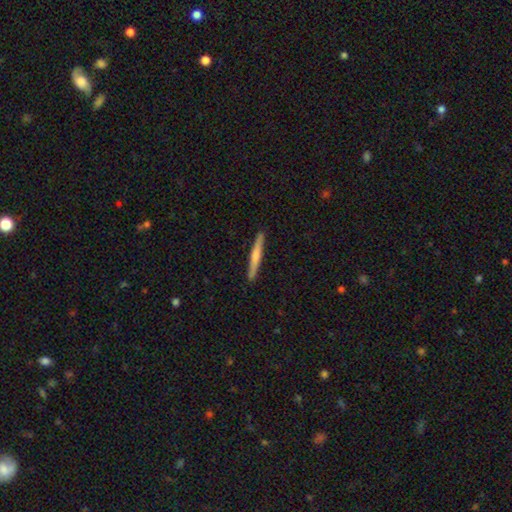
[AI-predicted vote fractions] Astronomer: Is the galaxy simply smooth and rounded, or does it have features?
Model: smooth — 55% (runner-up: featured or disk, 40%).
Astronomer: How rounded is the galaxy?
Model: cigar-shaped — 96%.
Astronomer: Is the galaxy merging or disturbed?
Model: none — 91%.